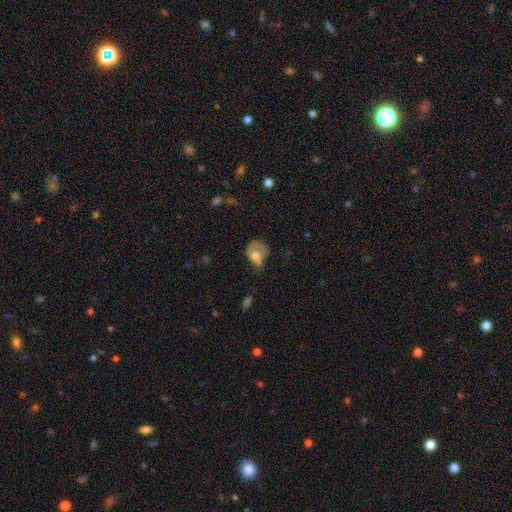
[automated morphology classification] Smooth or featured?
  - smooth: 60% *
  - featured or disk: 32%
  - star or artifact: 8%
How rounded?
  - in between: 55% *
  - round: 44%
  - cigar-shaped: 1%
Merging?
  - major disturbance: 39% *
  - minor disturbance: 30%
  - none: 23%
  - merger: 7%